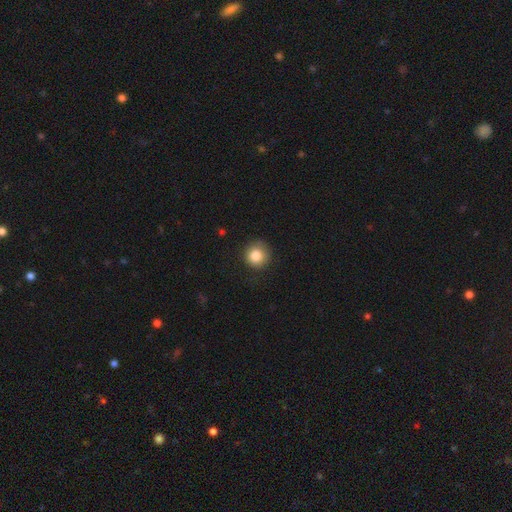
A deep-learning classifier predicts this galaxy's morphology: Smooth or featured: smooth — 84% (star or artifact — 10%)
How rounded: round — 93% (in between — 6%)
Merging: none — 83% (minor disturbance — 12%)